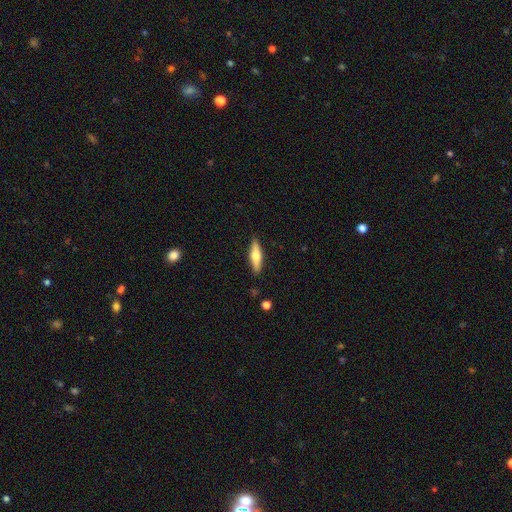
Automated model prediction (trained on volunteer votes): smooth-or-featured: smooth: 54% | featured or disk: 41% | star or artifact: 6%
  how-rounded: cigar-shaped: 66% | in between: 32% | round: 2%
  merging: none: 88% | minor disturbance: 9% | major disturbance: 2% | merger: 2%